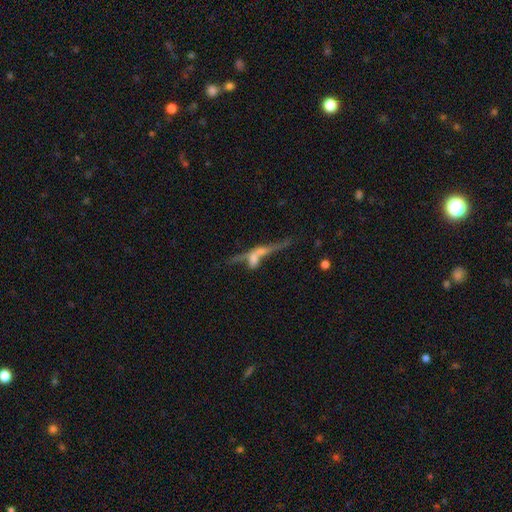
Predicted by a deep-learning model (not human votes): smooth_or_featured: featured or disk (p=0.58) [alt: smooth p=0.29]
disk_edge_on: yes (p=0.54) [alt: no p=0.46]
merging: merger (p=0.50) [alt: none p=0.24]